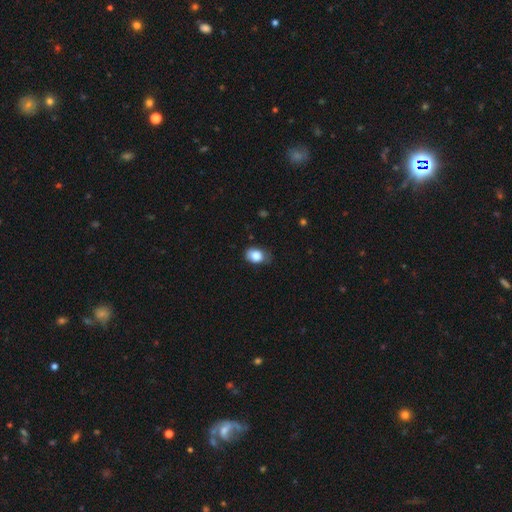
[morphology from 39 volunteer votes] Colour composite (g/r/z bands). It shows a smooth galaxy with no disk features (82%) that is in between round and cigar-shaped (78%). Merging: minor disturbance (53%).